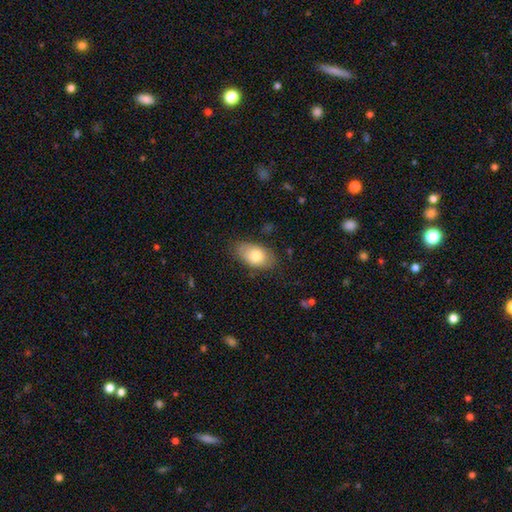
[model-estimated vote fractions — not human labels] A smooth galaxy with no disk features (77%) that is in between round and cigar-shaped (93%).

Vote fractions:
- Smooth or featured? smooth: 77% / featured or disk: 16% / star or artifact: 7%
- How rounded? in between: 93% / round: 6% / cigar-shaped: 2%
- Merging? none: 77% / minor disturbance: 18% / major disturbance: 4% / merger: 1%